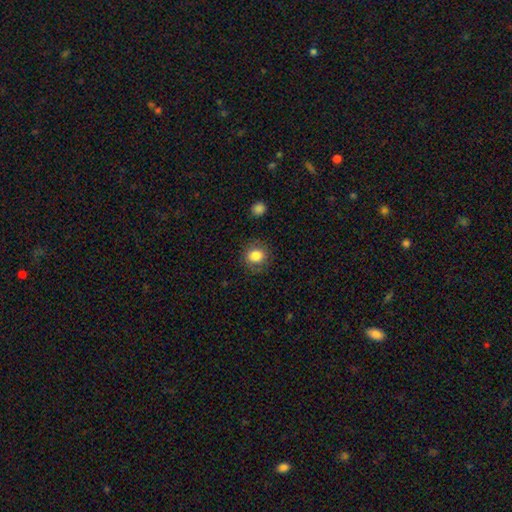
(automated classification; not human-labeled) Smooth or featured? smooth (83%)
How rounded? round (79%)
Merging? none (82%)